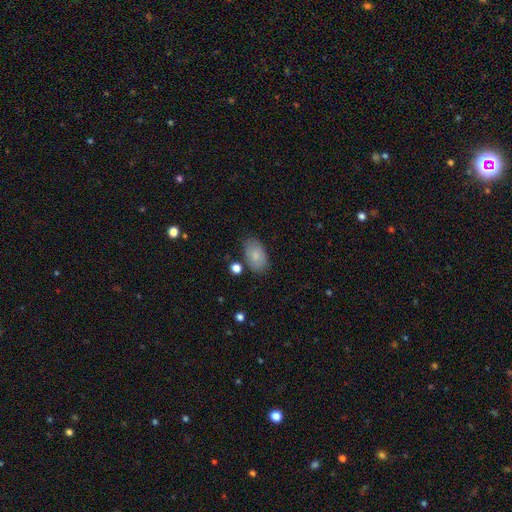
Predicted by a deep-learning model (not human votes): Q: Smooth or featured?
A: smooth (82%); runner-up: featured or disk (11%)
Q: How rounded?
A: in between (92%); runner-up: round (6%)
Q: Merging?
A: none (76%); runner-up: minor disturbance (16%)